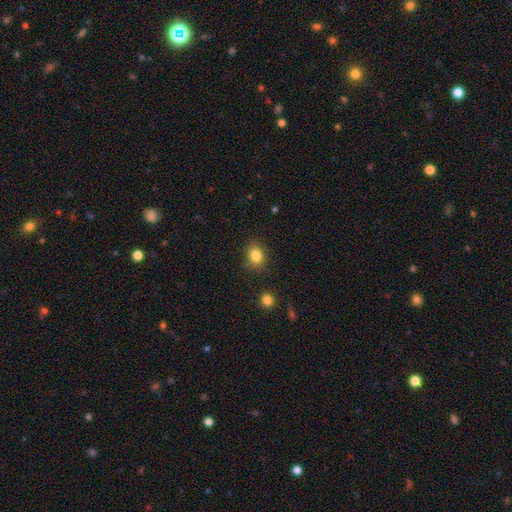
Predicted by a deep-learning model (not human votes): Overall: smooth (84%). How rounded: round (60%; in between 39%). Merging: none (82%).